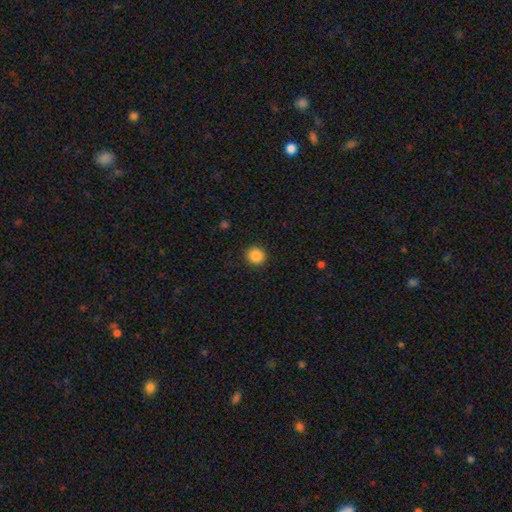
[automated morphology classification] A smooth galaxy with no disk features (87%) that is round (89%).

Vote fractions:
- Smooth or featured? smooth: 87% / star or artifact: 10% / featured or disk: 4%
- How rounded? round: 89% / in between: 10% / cigar-shaped: 1%
- Merging? none: 91% / minor disturbance: 6% / major disturbance: 2% / merger: 1%